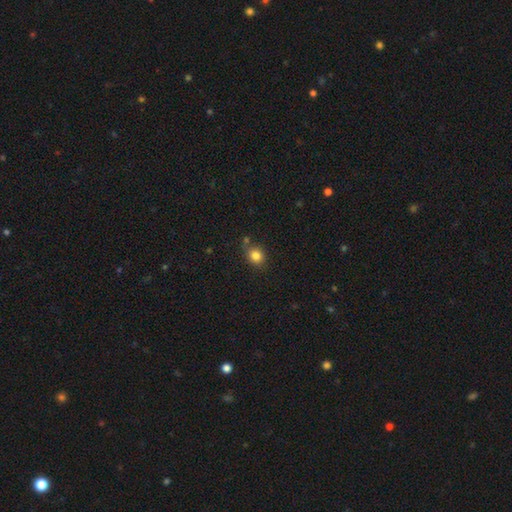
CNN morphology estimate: smooth_or_featured: smooth (p=0.83) [alt: star or artifact p=0.11]
how_rounded: round (p=0.72) [alt: in between p=0.27]
merging: none (p=0.69) [alt: minor disturbance p=0.17]